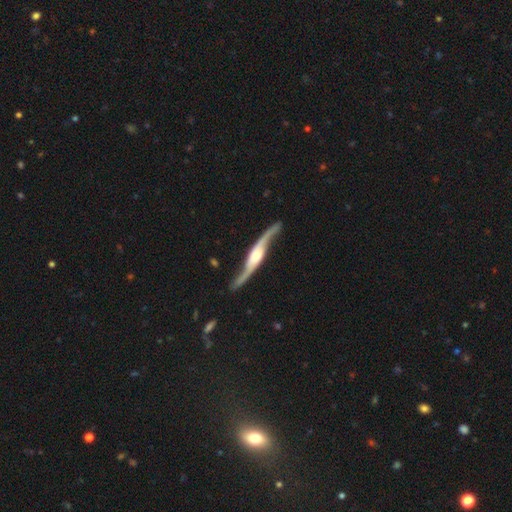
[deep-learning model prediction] Overall: featured or disk (90%). Edge-on disk: no (53%; yes 47%). Merging: none (79%).